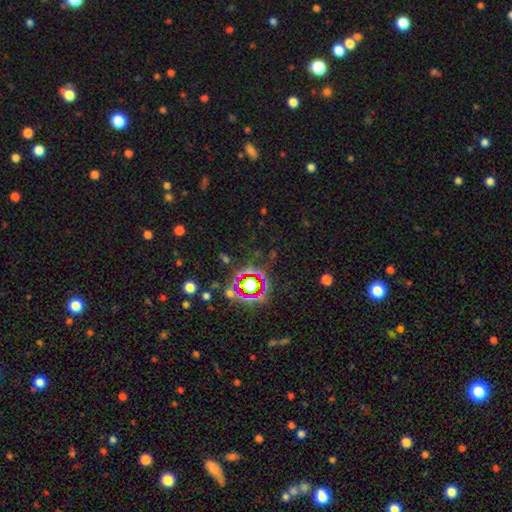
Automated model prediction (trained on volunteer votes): Smooth or featured: star or artifact — 74% (smooth — 17%)